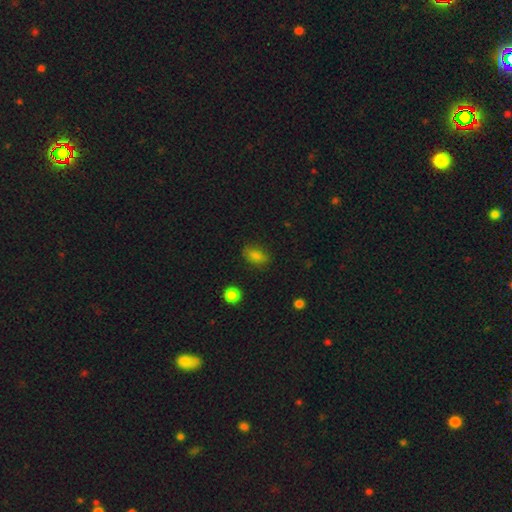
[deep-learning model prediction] Morphology: type=smooth (82%); roundness=in between (83%); merging=none (80%).